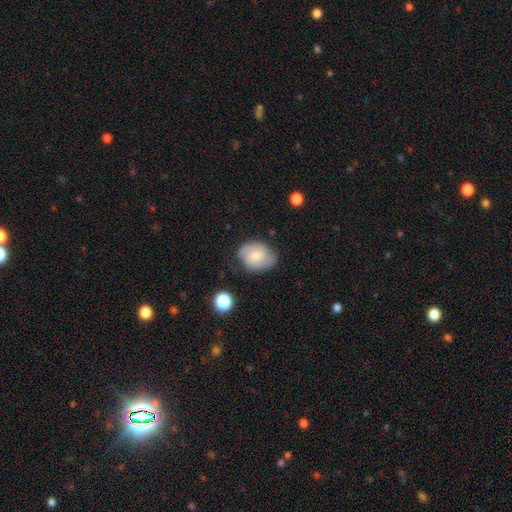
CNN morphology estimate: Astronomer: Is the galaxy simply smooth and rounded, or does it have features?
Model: smooth — 59%.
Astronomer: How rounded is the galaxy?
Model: in between — 63%.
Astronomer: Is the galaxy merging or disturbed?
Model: none — 62%.